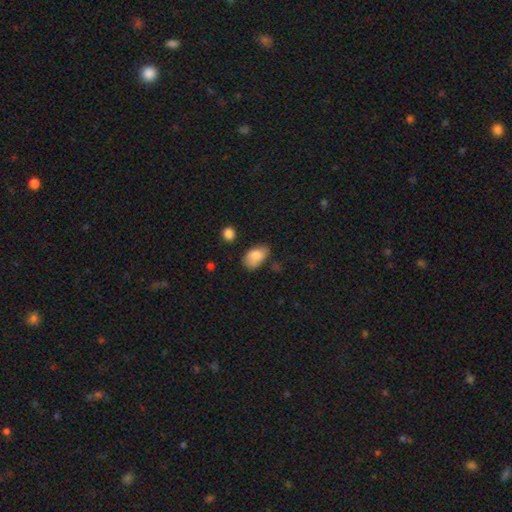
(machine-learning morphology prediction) type=smooth (81%); roundness=in between (91%); merging=none (58%).